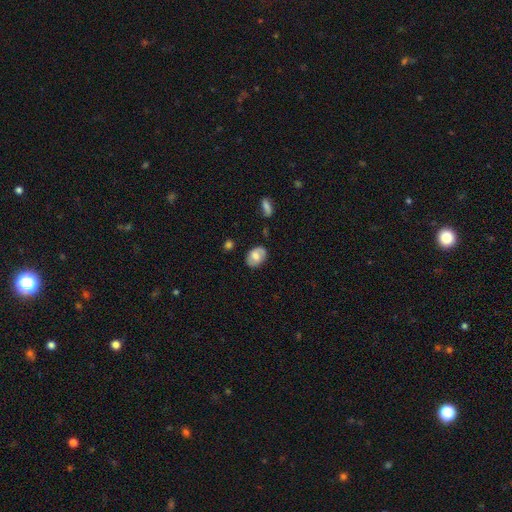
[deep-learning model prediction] Morphology: type=smooth (63%); roundness=in between (78%); merging=none (79%).